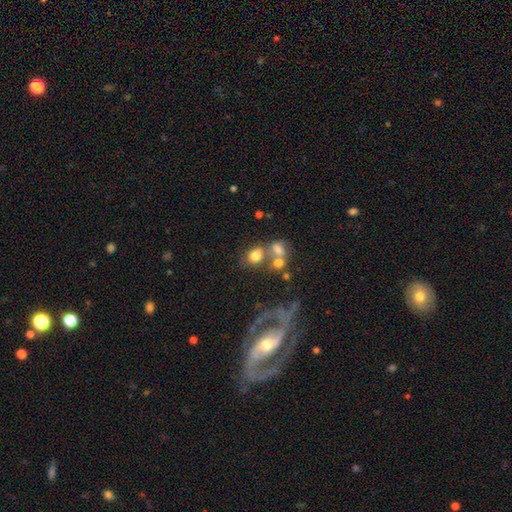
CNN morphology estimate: Smooth or featured: smooth — 70% (featured or disk — 17%)
How rounded: round — 51% (in between — 47%)
Merging: none — 41% (merger — 36%)